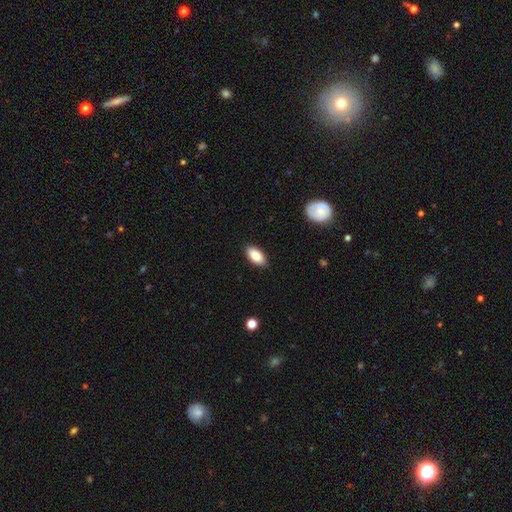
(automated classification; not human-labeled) Smooth or featured? Predicted: smooth (p=0.87). How rounded? Predicted: in between (p=0.93). Merging? Predicted: none (p=0.87).